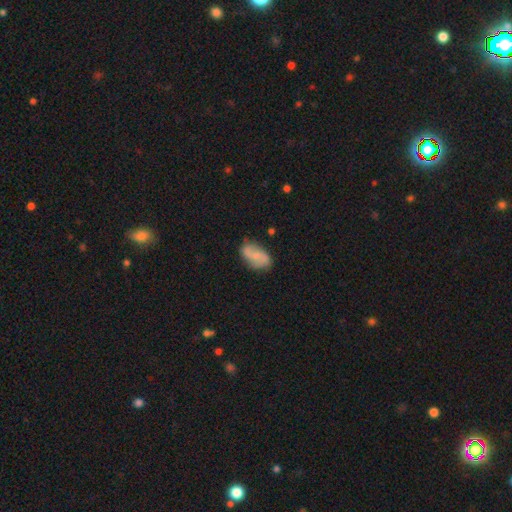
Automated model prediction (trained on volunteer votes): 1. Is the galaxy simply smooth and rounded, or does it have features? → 48% featured or disk, 44% smooth, 8% star or artifact.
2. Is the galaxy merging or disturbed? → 70% none, 21% minor disturbance, 6% major disturbance, 3% merger.